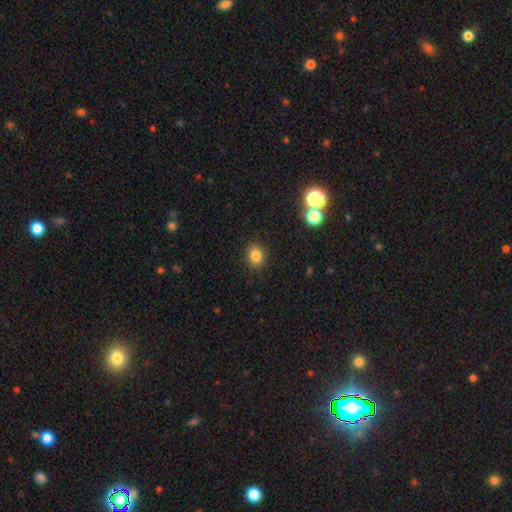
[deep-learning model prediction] The model was most divided on "how rounded": round: 56%, in between: 43%, cigar-shaped: 1%. More confident: merging — none (88%); smooth or featured — smooth (83%).